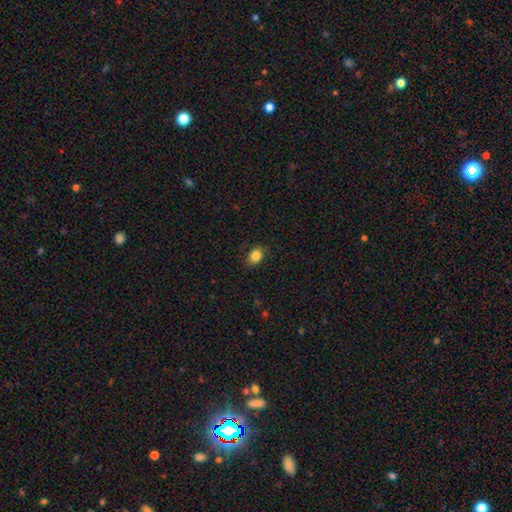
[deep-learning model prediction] This appears to be a smooth galaxy with no disk features (85%) that is in between round and cigar-shaped (70%). Merging: none (86%).